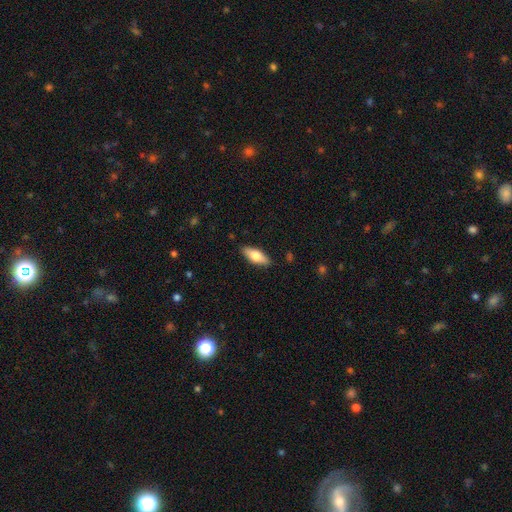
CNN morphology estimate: Smooth or featured? Predicted: smooth (p=0.67). How rounded? Predicted: in between (p=0.72). Merging? Predicted: none (p=0.88).